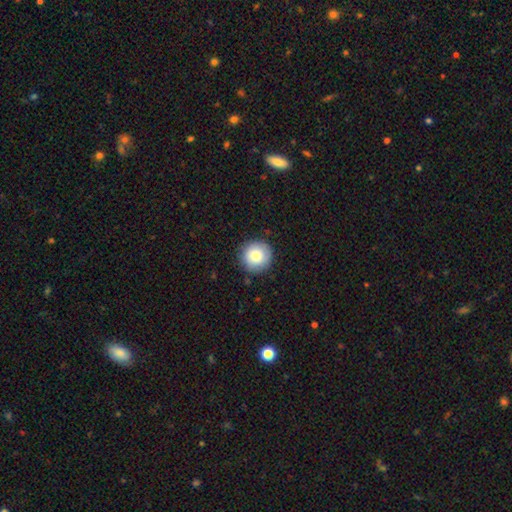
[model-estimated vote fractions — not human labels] Smooth or featured? Predicted: smooth (p=0.81). How rounded? Predicted: round (p=0.95). Merging? Predicted: none (p=0.88).